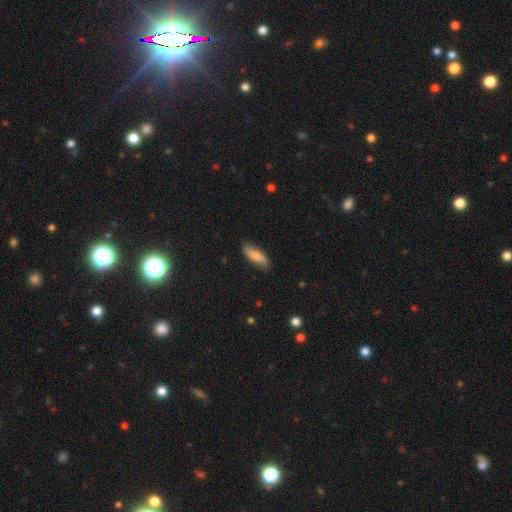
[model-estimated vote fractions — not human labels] This appears to be a smooth galaxy with no disk features (75%) that is in between round and cigar-shaped (63%). Merging: none (80%).